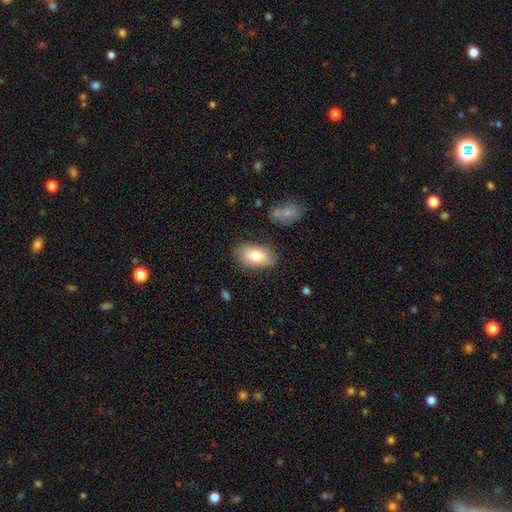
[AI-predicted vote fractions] Morphology: type=smooth (77%); roundness=in between (92%); merging=none (80%).